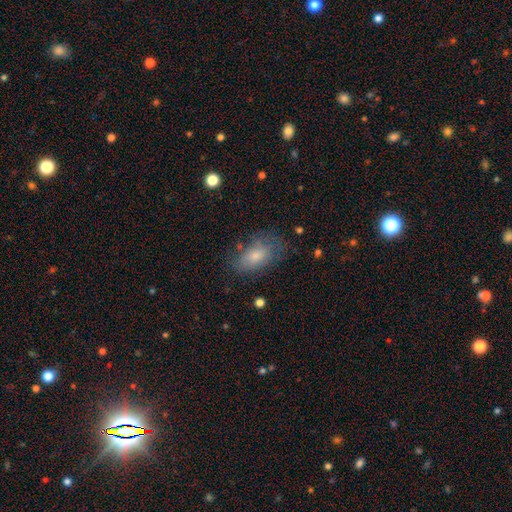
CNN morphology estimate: Smooth or featured? smooth (75%)
How rounded? in between (91%)
Merging? none (61%)